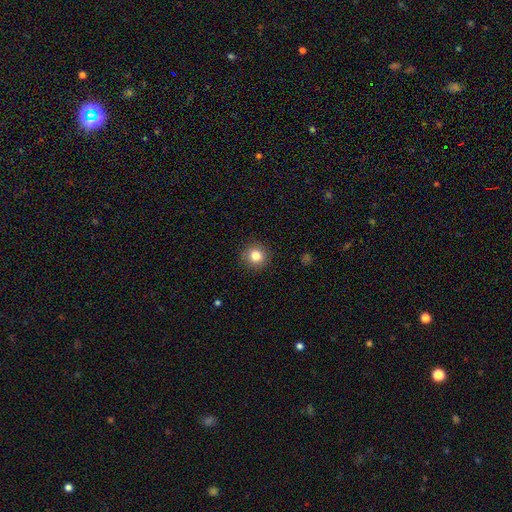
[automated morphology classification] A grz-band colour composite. It shows a smooth galaxy with no disk features (82%) that is round (94%). Merging: none (91%).